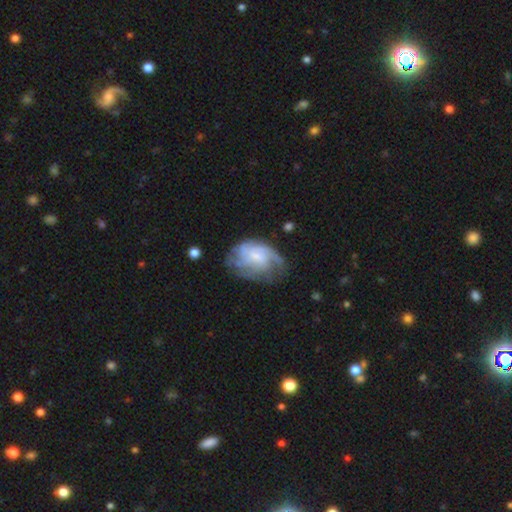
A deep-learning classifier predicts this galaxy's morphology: A featured or disk galaxy (68%) with no bar (60%), tight (38%, tied with medium) spiral arms (82%) and a small central bulge (52%).

Vote fractions:
- Smooth or featured? featured or disk: 68% / smooth: 24% / star or artifact: 8%
- Edge-on disk? no: 97% / yes: 3%
- Bar? no: 60% / weak: 35% / strong: 5%
- Spiral arms? yes: 82% / no: 18%
- Spiral winding? tight: 38% (tied) / medium: 38% (tied) / loose: 24%
- Spiral arm count? can't tell: 50% / 3: 14% / 2: 12% / 4: 12% / 1: 6% / more than 4: 6%
- Bulge size? small: 52% / moderate: 24% / none: 19% / large: 4% / dominant: 1%
- Merging? none: 51% / minor disturbance: 26% / major disturbance: 21% / merger: 2%